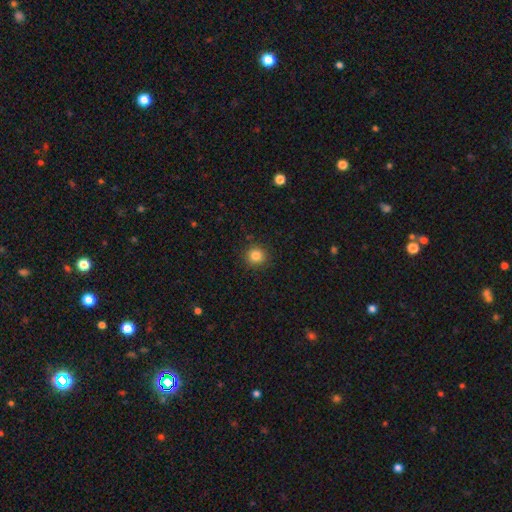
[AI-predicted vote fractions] smooth-or-featured: smooth: 84% | star or artifact: 11% | featured or disk: 5%
  how-rounded: round: 92% | in between: 7% | cigar-shaped: 1%
  merging: none: 91% | minor disturbance: 6% | major disturbance: 2% | merger: 1%